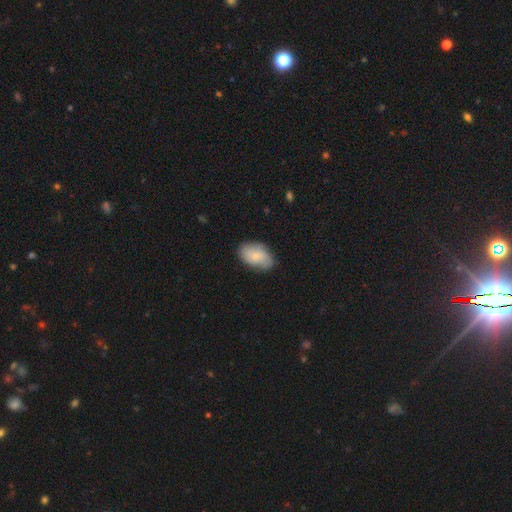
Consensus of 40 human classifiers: Volunteers were most divided on "smooth or featured": smooth: 68%, featured or disk: 25%, star or artifact: 8%. More confident: how rounded — in between (96%); merging — none (73%).